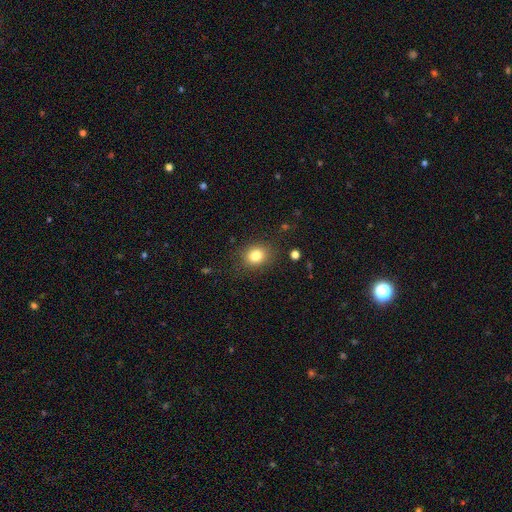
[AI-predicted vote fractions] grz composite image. It shows a smooth galaxy with no disk features (82%) that is round (60%). Merging: none (84%).